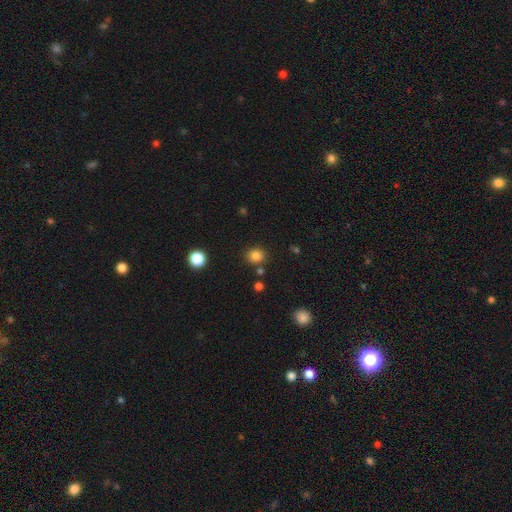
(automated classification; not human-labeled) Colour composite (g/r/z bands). It shows a smooth galaxy with no disk features (83%) that is round (82%). Merging: none (84%).